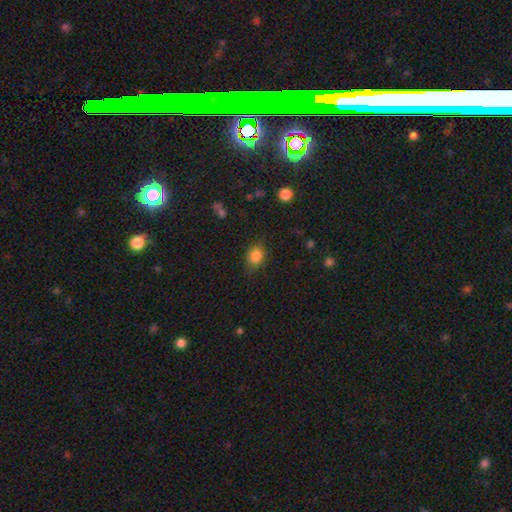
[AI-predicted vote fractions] A smooth galaxy with no disk features (83%) that is in between round and cigar-shaped (57%). Merging: none (76%).